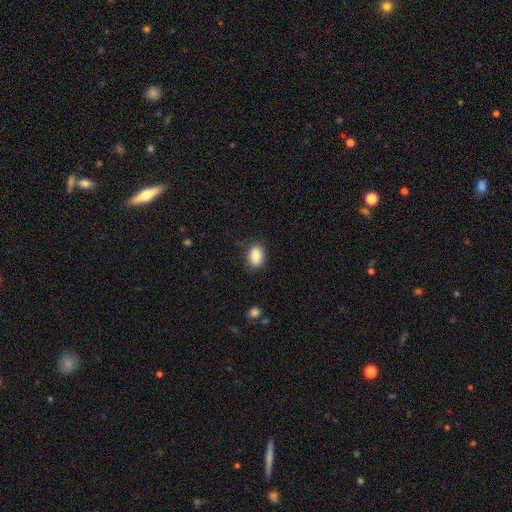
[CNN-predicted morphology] smooth-or-featured: smooth: 87% | star or artifact: 8% | featured or disk: 5%
  how-rounded: in between: 83% | round: 16% | cigar-shaped: 2%
  merging: none: 81% | minor disturbance: 15% | major disturbance: 3% | merger: 1%